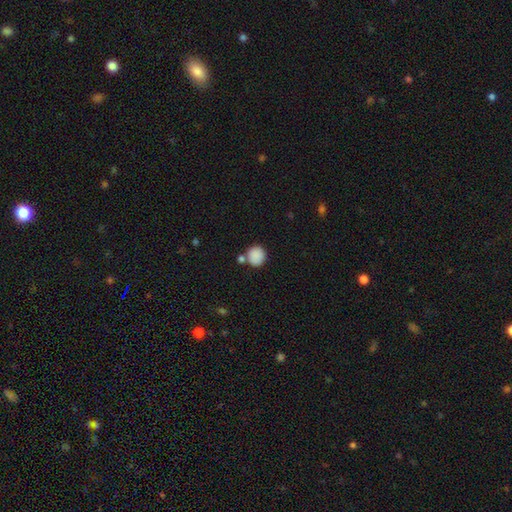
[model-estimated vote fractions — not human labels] The model was most divided on "merging": none: 69%, merger: 17%, minor disturbance: 11%, major disturbance: 3%. More confident: how rounded — round (89%); smooth or featured — smooth (88%).